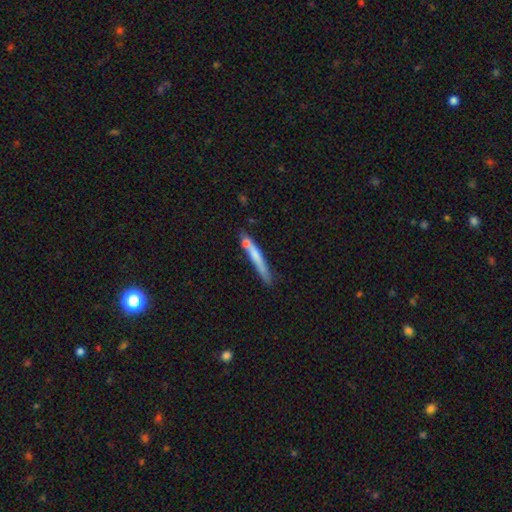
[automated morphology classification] The model was most divided on "smooth or featured": smooth: 60%, featured or disk: 34%, star or artifact: 7%. More confident: how rounded — cigar-shaped (95%); merging — none (63%).